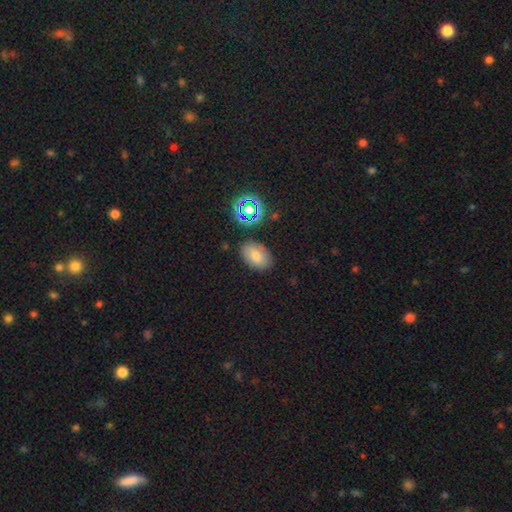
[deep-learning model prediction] Smooth or featured? Predicted: smooth (p=0.70). How rounded? Predicted: in between (p=0.86). Merging? Predicted: none (p=0.81).